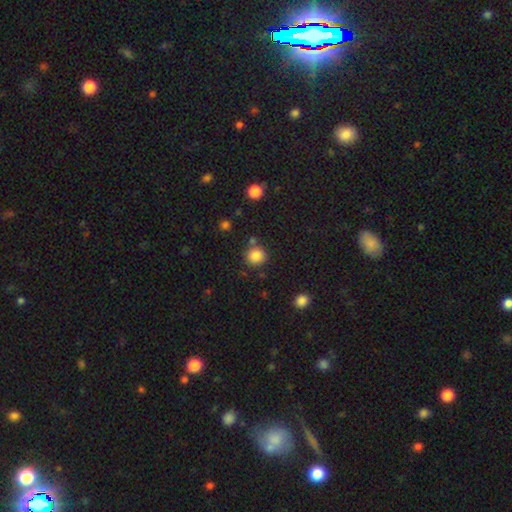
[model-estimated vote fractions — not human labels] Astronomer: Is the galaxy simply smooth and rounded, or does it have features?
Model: smooth — 85%.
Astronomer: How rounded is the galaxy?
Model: round — 87%.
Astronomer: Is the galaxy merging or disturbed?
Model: none — 78%.